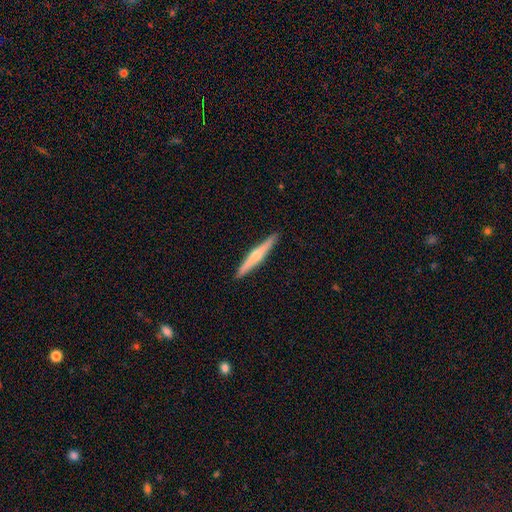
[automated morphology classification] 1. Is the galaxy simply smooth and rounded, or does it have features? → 57% featured or disk, 38% smooth, 5% star or artifact.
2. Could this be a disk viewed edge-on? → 97% yes, 3% no.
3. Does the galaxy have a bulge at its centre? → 75% rounded, 19% none, 6% boxy.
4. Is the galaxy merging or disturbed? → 92% none, 6% minor disturbance, 1% major disturbance, 1% merger.